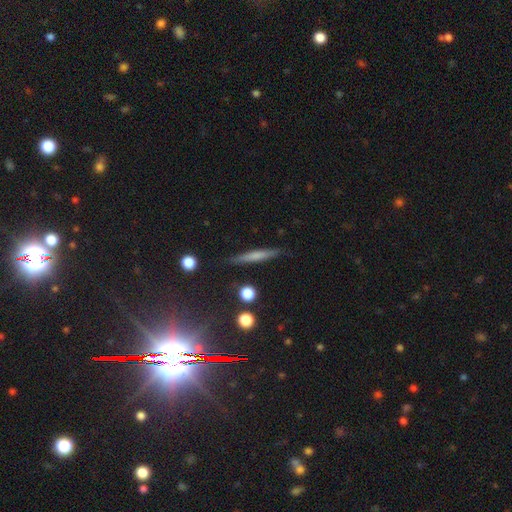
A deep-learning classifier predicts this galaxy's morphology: smooth 59%, featured or disk 34%, star or artifact 7%. Down the decision tree: how rounded — cigar-shaped (93%); merging — none (88%).